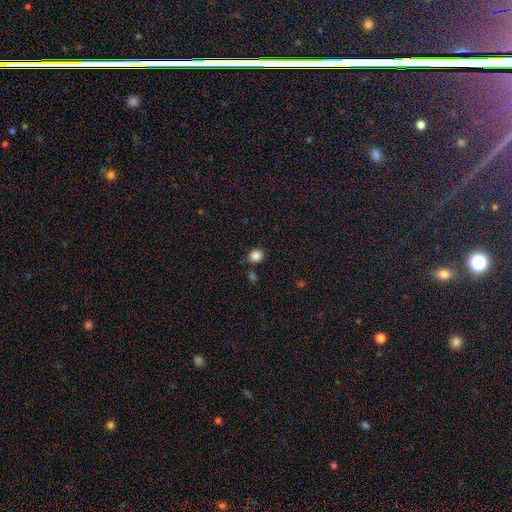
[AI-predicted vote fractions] The model was most divided on "how rounded": round: 75%, in between: 24%, cigar-shaped: 1%. More confident: smooth or featured — smooth (85%); merging — none (83%).